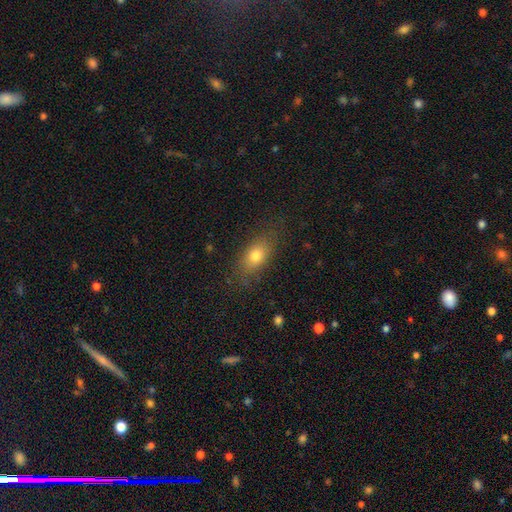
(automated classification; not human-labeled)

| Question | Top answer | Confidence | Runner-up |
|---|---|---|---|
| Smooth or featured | smooth | 77% | featured or disk (14%) |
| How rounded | in between | 80% | round (10%) |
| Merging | none | 79% | minor disturbance (14%) |